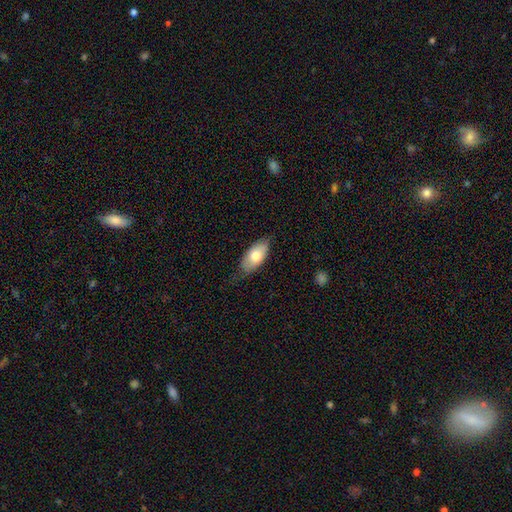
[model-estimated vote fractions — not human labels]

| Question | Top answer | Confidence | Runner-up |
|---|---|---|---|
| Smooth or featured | smooth | 73% | featured or disk (21%) |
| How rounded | in between | 91% | cigar-shaped (6%) |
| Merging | none | 70% | minor disturbance (24%) |